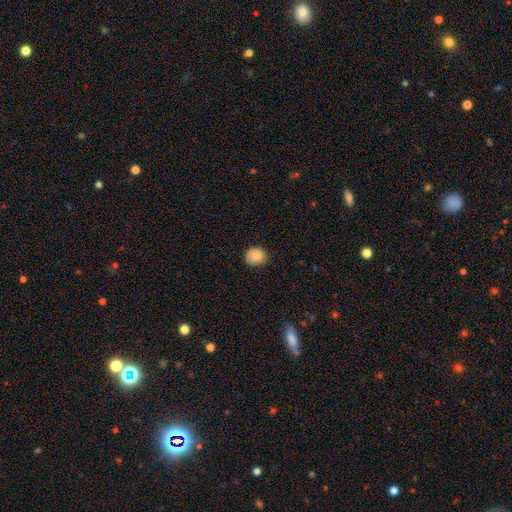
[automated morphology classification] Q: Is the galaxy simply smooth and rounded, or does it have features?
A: smooth — 84%.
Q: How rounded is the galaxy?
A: round — 82%.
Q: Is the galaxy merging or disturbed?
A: none — 82%.